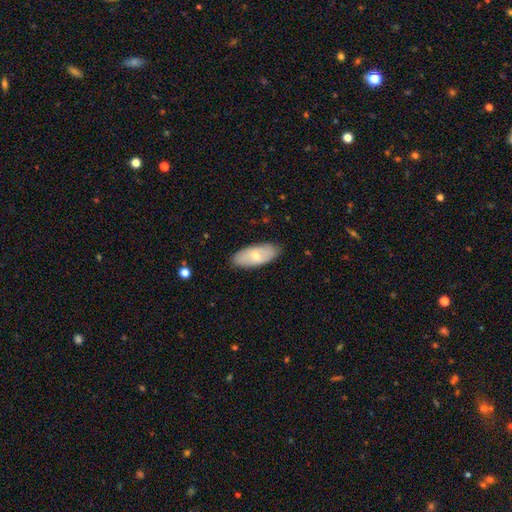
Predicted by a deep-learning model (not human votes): A smooth galaxy with no disk features (61%) that is in between round and cigar-shaped (87%).

Vote fractions:
- Smooth or featured? smooth: 61% / featured or disk: 33% / star or artifact: 6%
- How rounded? in between: 87% / cigar-shaped: 11% / round: 2%
- Merging? none: 84% / minor disturbance: 13% / major disturbance: 2% / merger: 1%